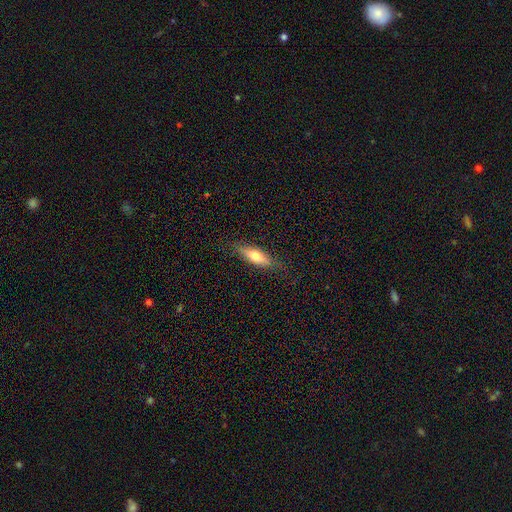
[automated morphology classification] smooth-or-featured: smooth: 60% | featured or disk: 33% | star or artifact: 6%
  how-rounded: cigar-shaped: 53% | in between: 44% | round: 2%
  merging: none: 82% | minor disturbance: 13% | major disturbance: 3% | merger: 1%